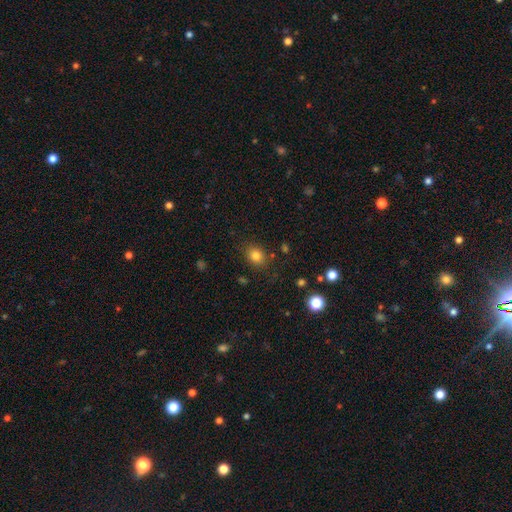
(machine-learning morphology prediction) Q: Smooth or featured?
A: smooth (81%); runner-up: star or artifact (12%)
Q: How rounded?
A: round (60%); runner-up: in between (39%)
Q: Merging?
A: none (83%); runner-up: minor disturbance (11%)